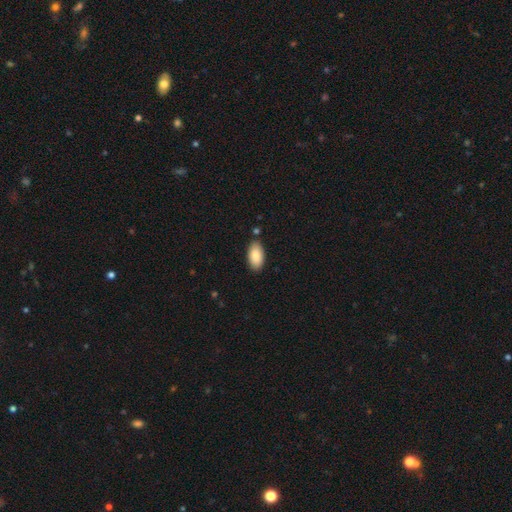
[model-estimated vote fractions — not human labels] A smooth galaxy with no disk features (86%) that is in between round and cigar-shaped (95%).

Vote fractions:
- Smooth or featured? smooth: 86% / featured or disk: 8% / star or artifact: 6%
- How rounded? in between: 95% / round: 3% / cigar-shaped: 2%
- Merging? none: 84% / minor disturbance: 11% / merger: 3% / major disturbance: 2%